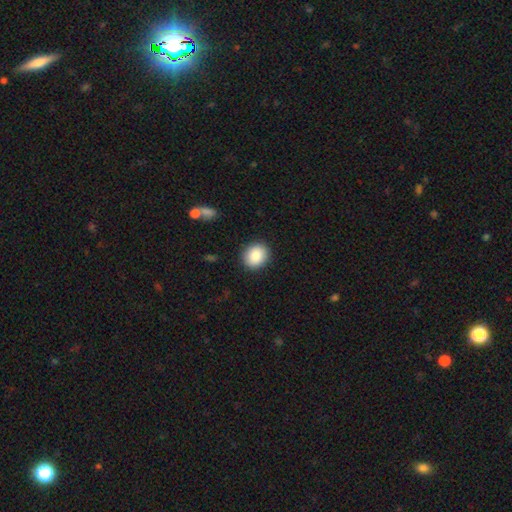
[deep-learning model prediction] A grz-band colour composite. It shows a smooth galaxy with no disk features (87%) that is round (72%). Merging: none (90%).